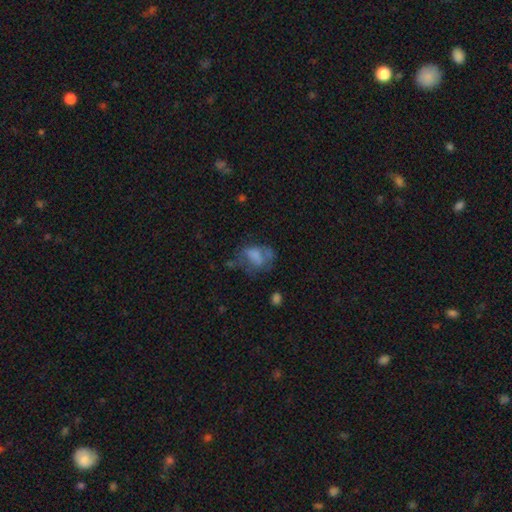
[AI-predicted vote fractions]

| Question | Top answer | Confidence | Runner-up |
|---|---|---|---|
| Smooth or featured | smooth | 56% | featured or disk (32%) |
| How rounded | in between | 70% | round (28%) |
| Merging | major disturbance | 36% | none (33%) |